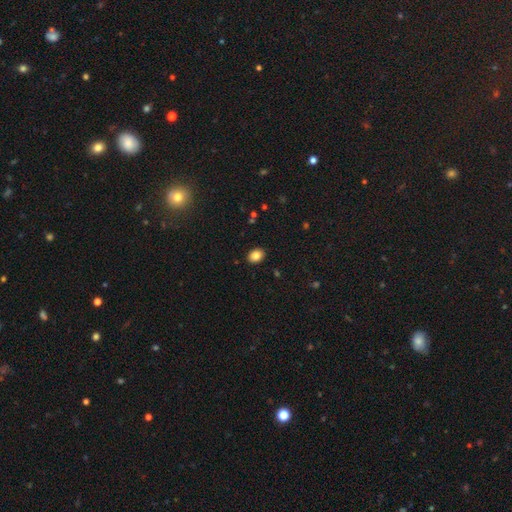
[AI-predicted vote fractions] Smooth or featured?
  - smooth: 85% *
  - star or artifact: 9%
  - featured or disk: 6%
How rounded?
  - in between: 66% *
  - round: 33%
  - cigar-shaped: 1%
Merging?
  - none: 90% *
  - minor disturbance: 7%
  - major disturbance: 2%
  - merger: 1%